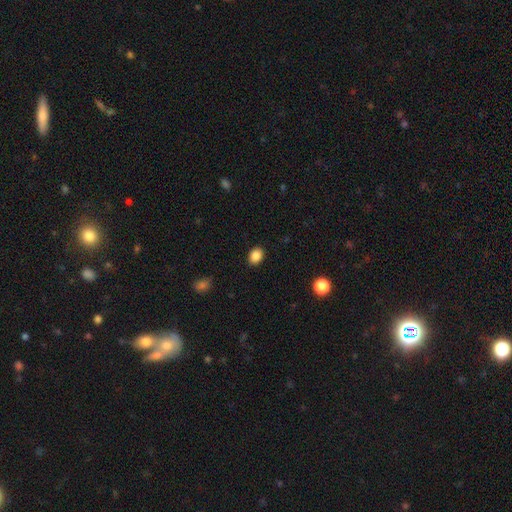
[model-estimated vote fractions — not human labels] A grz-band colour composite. It shows a smooth galaxy with no disk features (87%) that is in between round and cigar-shaped (64%). Merging: none (89%).